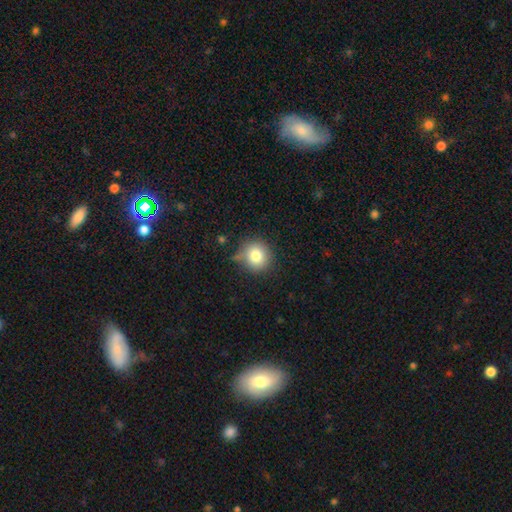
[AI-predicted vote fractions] Smooth or featured? Predicted: smooth (p=0.80). How rounded? Predicted: round (p=0.90). Merging? Predicted: none (p=0.73).